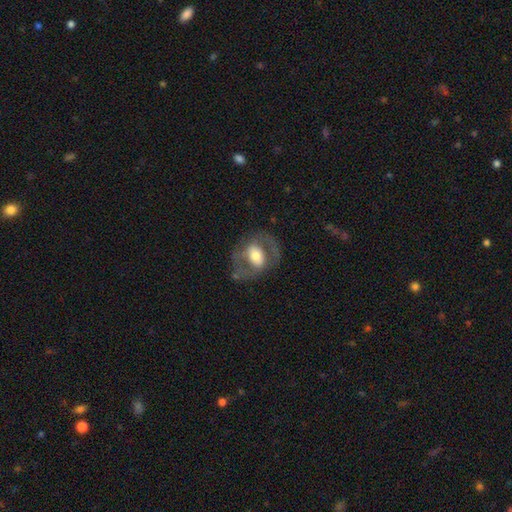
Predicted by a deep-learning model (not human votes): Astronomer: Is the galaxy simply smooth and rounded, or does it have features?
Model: featured or disk — 64%.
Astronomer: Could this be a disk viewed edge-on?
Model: no — 94%.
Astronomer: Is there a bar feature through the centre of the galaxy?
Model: no — 38% (runner-up: weak, 33%).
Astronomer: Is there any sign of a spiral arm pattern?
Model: yes — 56% (runner-up: no, 44%).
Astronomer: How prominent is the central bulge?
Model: moderate — 56%.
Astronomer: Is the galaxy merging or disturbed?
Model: none — 65%.